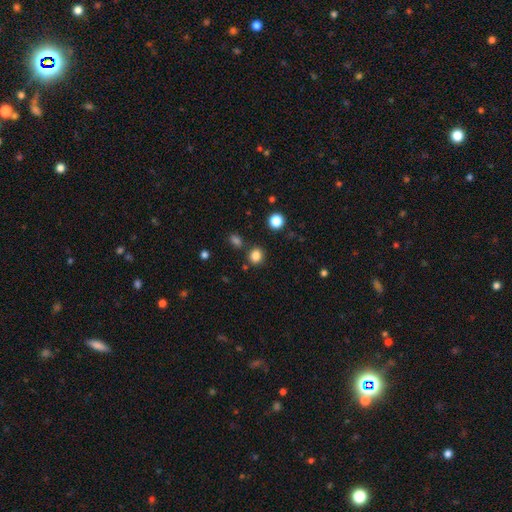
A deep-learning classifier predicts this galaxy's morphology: Smooth or featured? Predicted: smooth (p=0.84). How rounded? Predicted: round (p=0.80). Merging? Predicted: none (p=0.83).